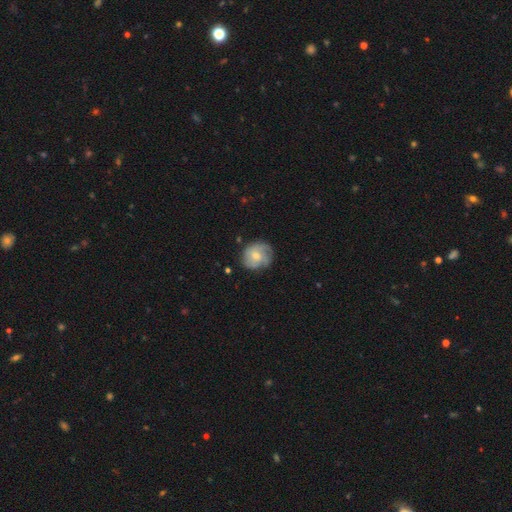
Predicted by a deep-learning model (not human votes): smooth 49%, featured or disk 44%, star or artifact 7%. Down the decision tree: merging — none (64%).